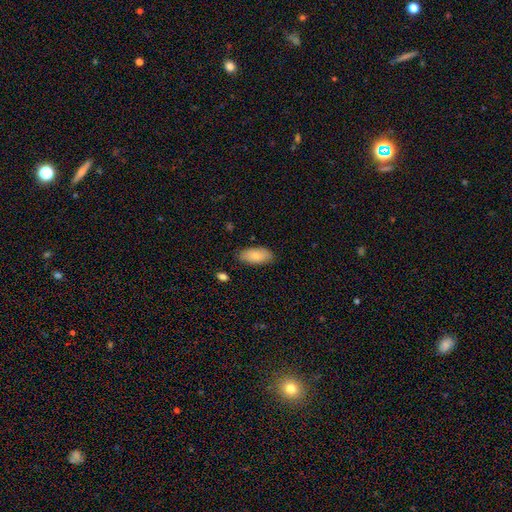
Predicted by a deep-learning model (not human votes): This appears to be a smooth galaxy with no disk features (81%) that is in between round and cigar-shaped (91%). Merging: none (83%).